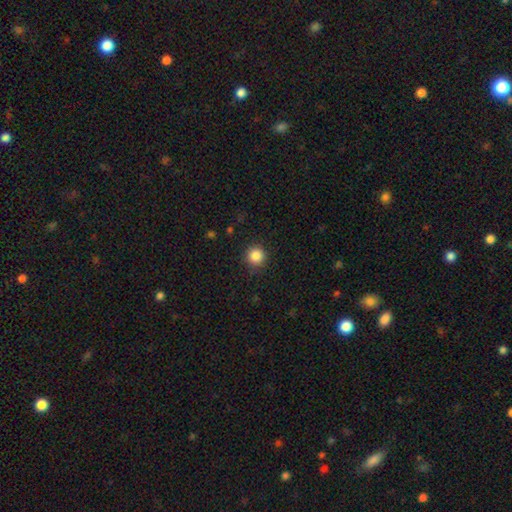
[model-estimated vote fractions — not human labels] Smooth or featured? Predicted: smooth (p=0.86). How rounded? Predicted: round (p=0.95). Merging? Predicted: none (p=0.90).